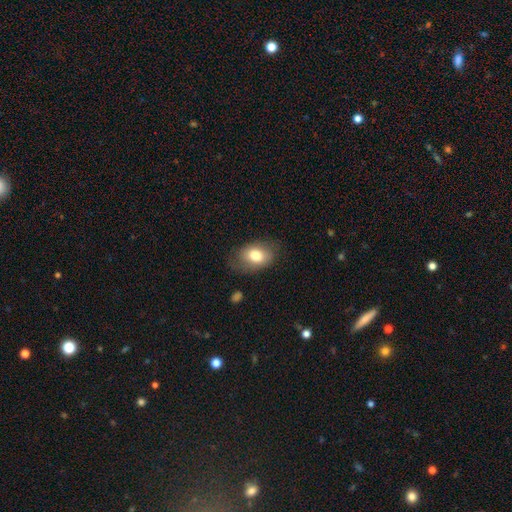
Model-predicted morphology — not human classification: A smooth galaxy with no disk features (77%) that is in between round and cigar-shaped (81%).

Vote fractions:
- Smooth or featured? smooth: 77% / featured or disk: 15% / star or artifact: 8%
- How rounded? in between: 81% / round: 18% / cigar-shaped: 1%
- Merging? none: 69% / minor disturbance: 22% / major disturbance: 8% / merger: 1%